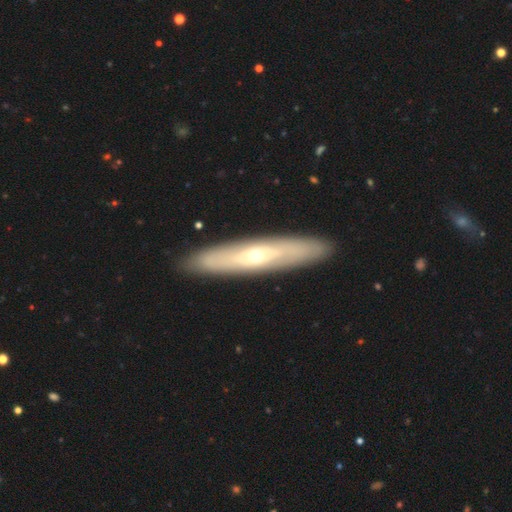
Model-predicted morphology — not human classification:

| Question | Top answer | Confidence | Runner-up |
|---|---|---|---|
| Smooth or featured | featured or disk | 66% | smooth (29%) |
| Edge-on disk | yes | 62% | no (38%) |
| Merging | none | 90% | minor disturbance (7%) |